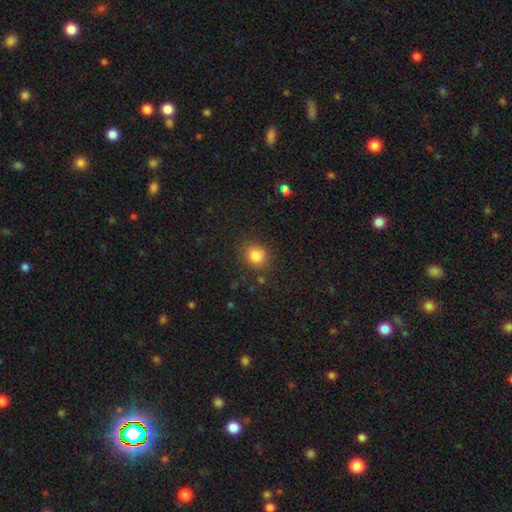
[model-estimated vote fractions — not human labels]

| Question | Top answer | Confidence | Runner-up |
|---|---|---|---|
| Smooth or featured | smooth | 84% | star or artifact (11%) |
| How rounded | round | 79% | in between (20%) |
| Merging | none | 84% | minor disturbance (11%) |